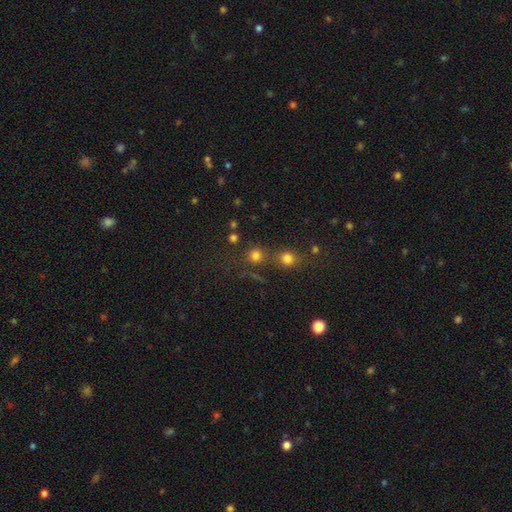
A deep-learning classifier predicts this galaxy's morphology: Smooth or featured? Predicted: smooth (p=0.75). How rounded? Predicted: round (p=0.89). Merging? Predicted: none (p=0.62).